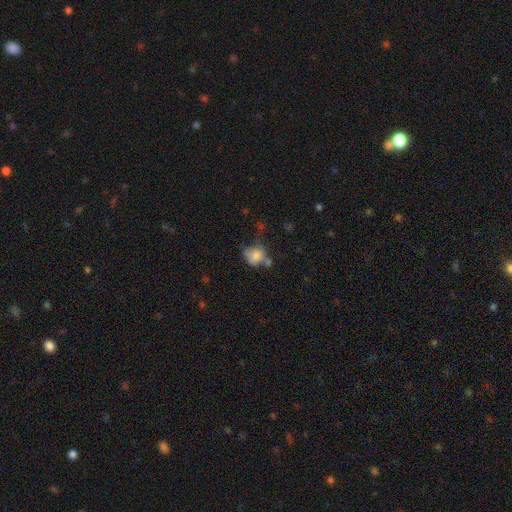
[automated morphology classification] Smooth or featured?
  - smooth: 69% *
  - featured or disk: 20%
  - star or artifact: 11%
How rounded?
  - round: 58% *
  - in between: 41%
  - cigar-shaped: 1%
Merging?
  - none: 34% *
  - minor disturbance: 25%
  - merger: 22%
  - major disturbance: 19%